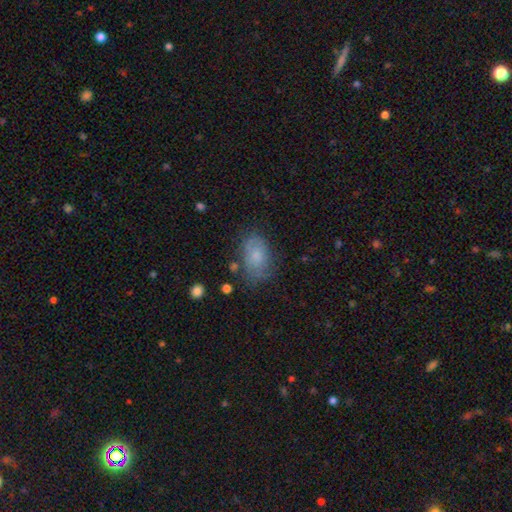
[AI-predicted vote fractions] Morphology: type=smooth (68%); roundness=in between (87%); merging=none (60%).